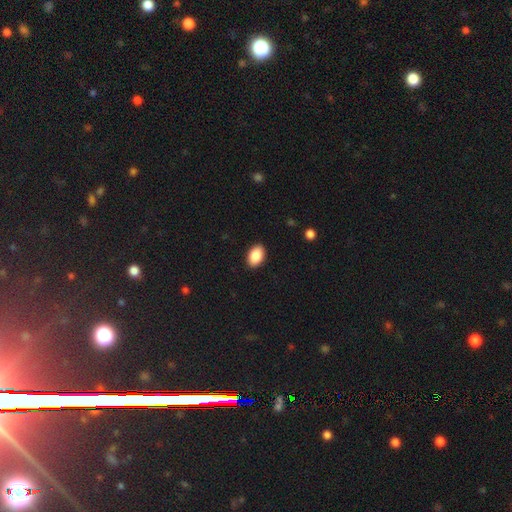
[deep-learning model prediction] Q: Smooth or featured?
A: smooth (88%); runner-up: star or artifact (7%)
Q: How rounded?
A: in between (89%); runner-up: round (10%)
Q: Merging?
A: none (90%); runner-up: minor disturbance (7%)